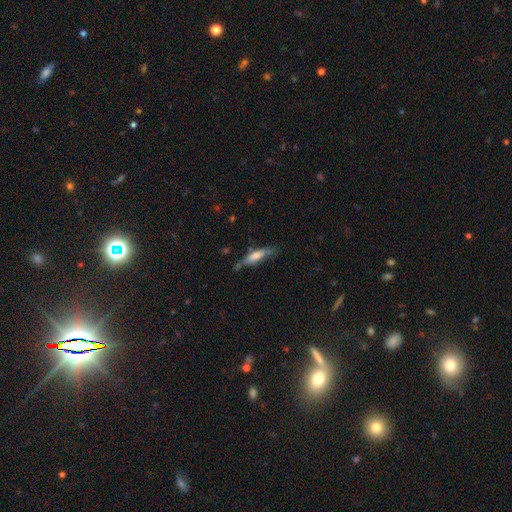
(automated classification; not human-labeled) A smooth galaxy with no disk features (55%) that is cigar-shaped (70%). Merging: none (57%).